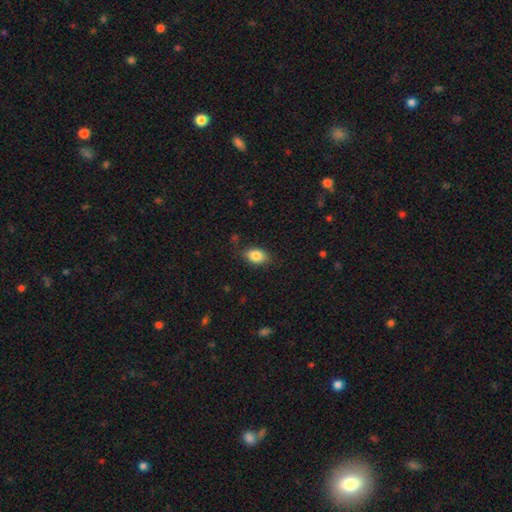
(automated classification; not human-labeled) Q: Smooth or featured?
A: smooth (85%); runner-up: star or artifact (8%)
Q: How rounded?
A: in between (80%); runner-up: round (18%)
Q: Merging?
A: none (77%); runner-up: minor disturbance (17%)